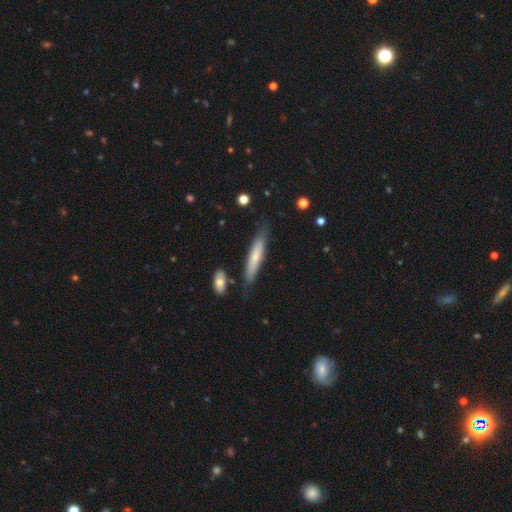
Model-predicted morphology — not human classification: This appears to be a smooth galaxy with no disk features (59%) that is cigar-shaped (88%). Merging: none (76%).